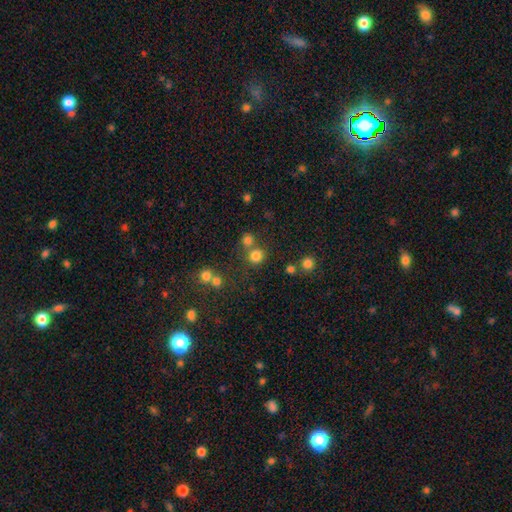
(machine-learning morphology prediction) This appears to be a smooth galaxy with no disk features (77%) that is round (89%). Merging: none (69%).